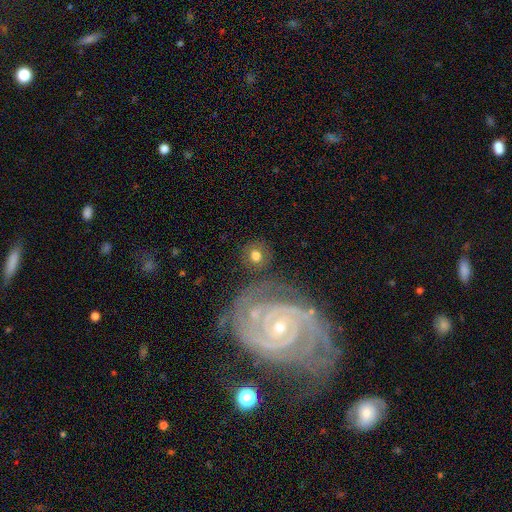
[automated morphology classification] type=smooth (66%); roundness=round (86%); merging=none (80%).